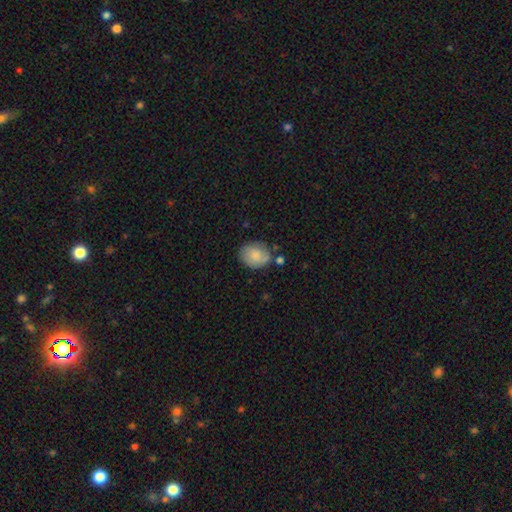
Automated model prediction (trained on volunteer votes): Smooth or featured: smooth — 81% (featured or disk — 12%)
How rounded: in between — 50% (round — 49%)
Merging: none — 69% (minor disturbance — 20%)